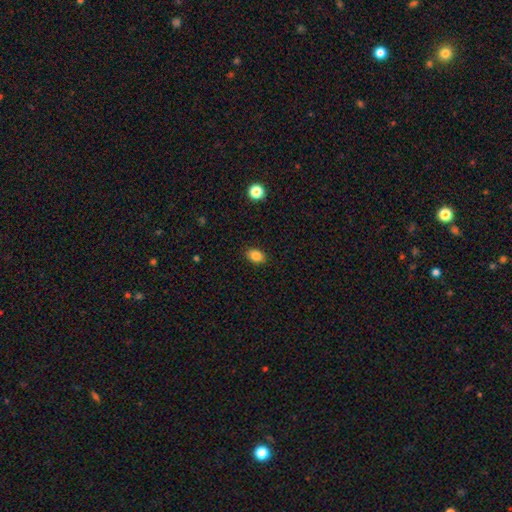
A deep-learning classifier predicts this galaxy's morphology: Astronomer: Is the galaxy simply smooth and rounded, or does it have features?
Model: smooth — 85%.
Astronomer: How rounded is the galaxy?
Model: in between — 79%.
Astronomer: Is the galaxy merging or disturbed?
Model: none — 88%.